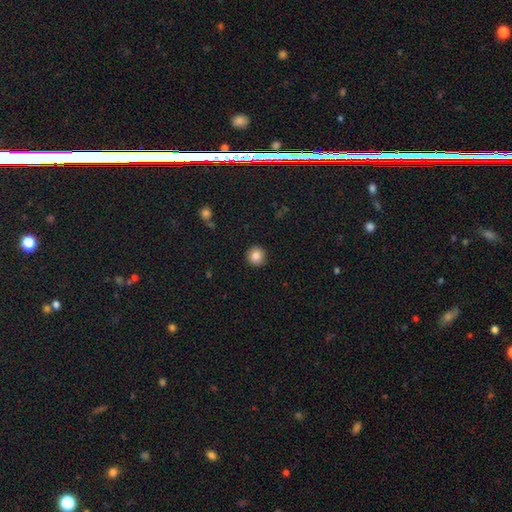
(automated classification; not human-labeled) Morphology: type=smooth (84%); roundness=round (94%); merging=none (92%).